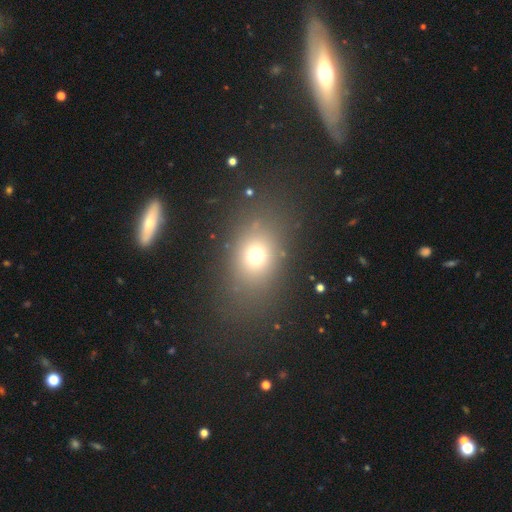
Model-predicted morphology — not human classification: A smooth galaxy with no disk features (69%) that is in between round and cigar-shaped (60%). Merging: none (78%).